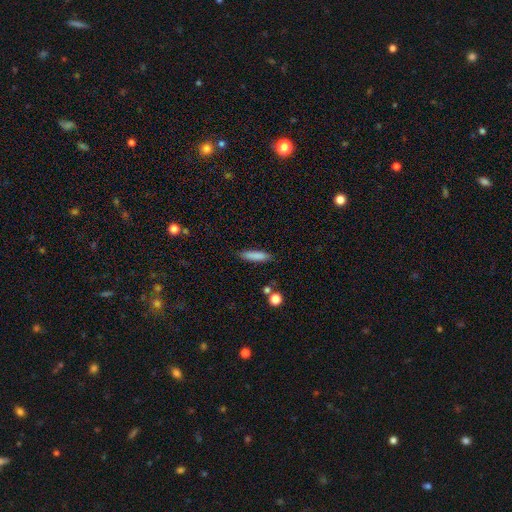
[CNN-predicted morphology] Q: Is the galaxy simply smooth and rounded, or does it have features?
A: smooth — 83%.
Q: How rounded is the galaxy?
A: cigar-shaped — 78%.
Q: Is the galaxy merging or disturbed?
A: none — 84%.